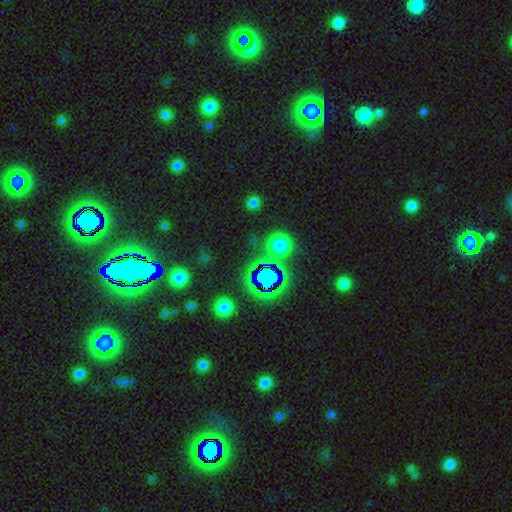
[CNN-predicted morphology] Smooth or featured? star or artifact (63%)